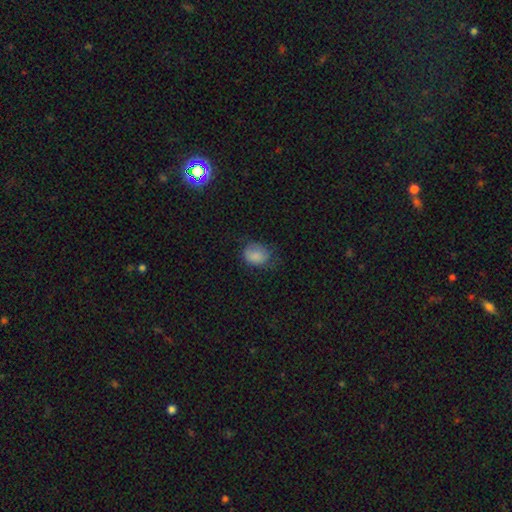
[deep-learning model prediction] The model was most divided on "merging": none: 52%, minor disturbance: 32%, major disturbance: 15%, merger: 1%. More confident: smooth or featured — smooth (82%); how rounded — in between (63%).